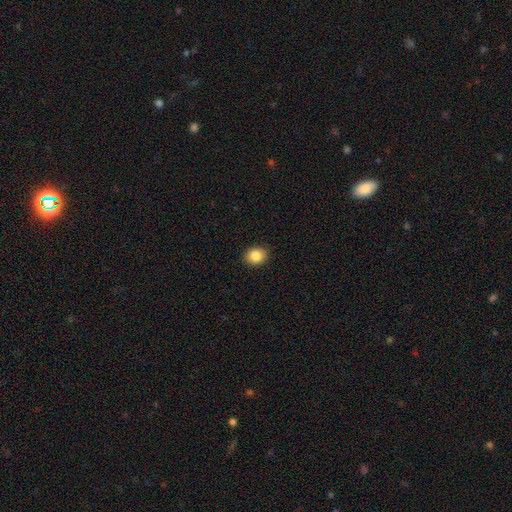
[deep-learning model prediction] A smooth galaxy with no disk features (86%) that is round (61%).

Vote fractions:
- Smooth or featured? smooth: 86% / star or artifact: 9% / featured or disk: 5%
- How rounded? round: 61% / in between: 38% / cigar-shaped: 1%
- Merging? none: 91% / minor disturbance: 7% / major disturbance: 2% / merger: 1%